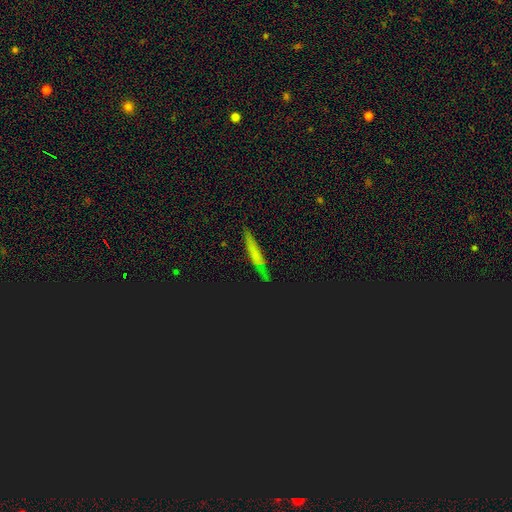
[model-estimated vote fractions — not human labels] smooth-or-featured: smooth: 43% | star or artifact: 32% | featured or disk: 25%
  merging: none: 79% | minor disturbance: 15% | major disturbance: 3% | merger: 2%